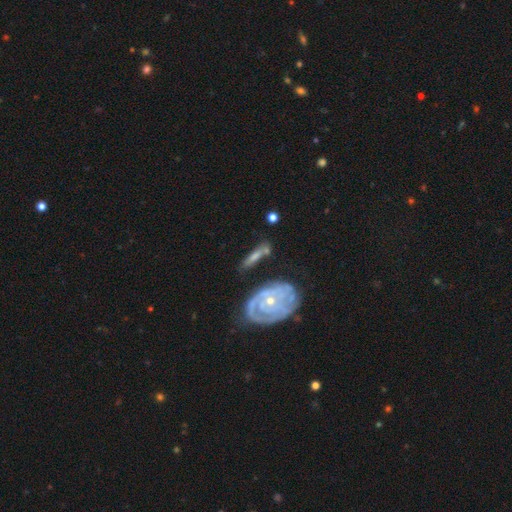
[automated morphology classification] Smooth or featured: featured or disk — 54% (smooth — 38%)
Edge-on disk: no — 75% (yes — 25%)
Merging: none — 57% (minor disturbance — 21%)